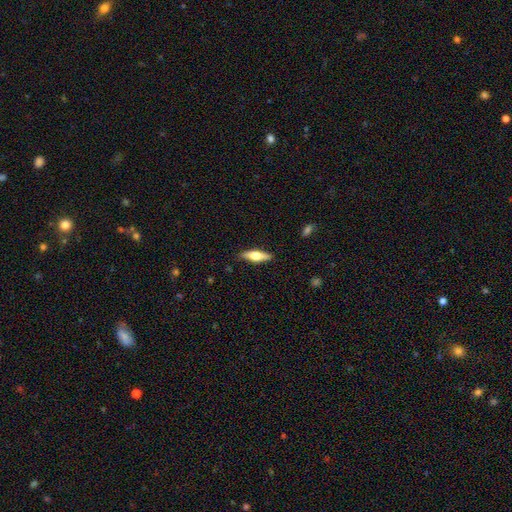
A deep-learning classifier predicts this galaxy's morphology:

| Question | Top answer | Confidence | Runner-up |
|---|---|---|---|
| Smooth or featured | featured or disk | 47% | tied: smooth (47%) |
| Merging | none | 88% | minor disturbance (9%) |